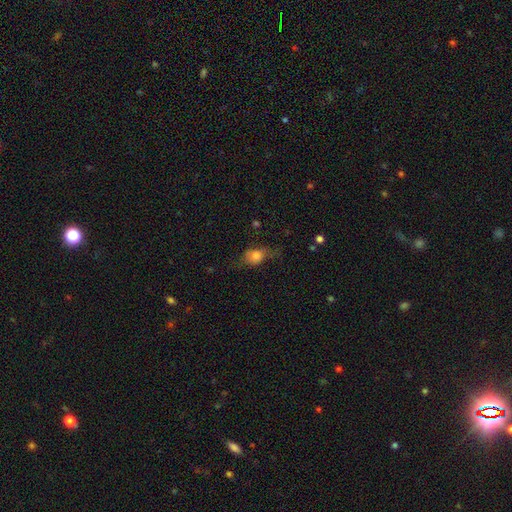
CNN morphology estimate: Overall: smooth (71%). How rounded: in between (57%; round 38%). Merging: none (49%; minor disturbance 30%).